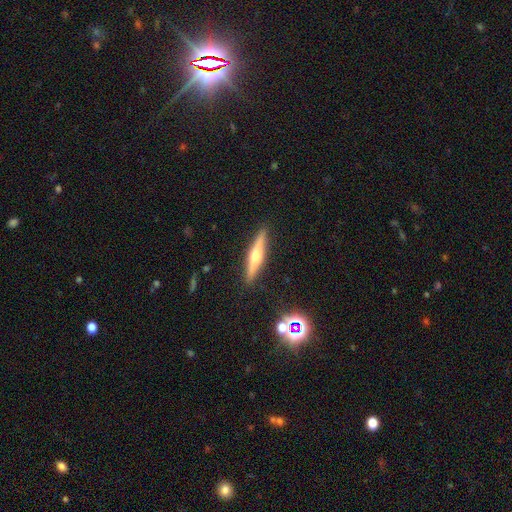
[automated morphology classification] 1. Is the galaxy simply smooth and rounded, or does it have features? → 62% featured or disk, 30% smooth, 8% star or artifact.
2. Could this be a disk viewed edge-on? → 96% yes, 4% no.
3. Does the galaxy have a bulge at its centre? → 91% rounded, 5% none, 4% boxy.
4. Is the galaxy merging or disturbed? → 91% none, 7% minor disturbance, 2% major disturbance, 1% merger.